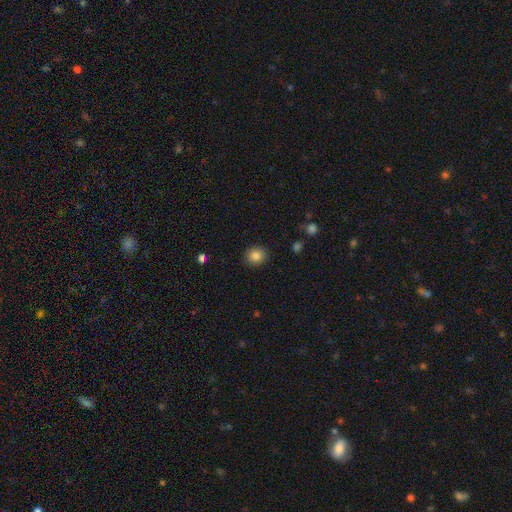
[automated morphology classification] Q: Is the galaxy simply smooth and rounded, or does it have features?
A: smooth — 84%.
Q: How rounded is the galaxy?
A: round — 85%.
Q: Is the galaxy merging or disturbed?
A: none — 90%.